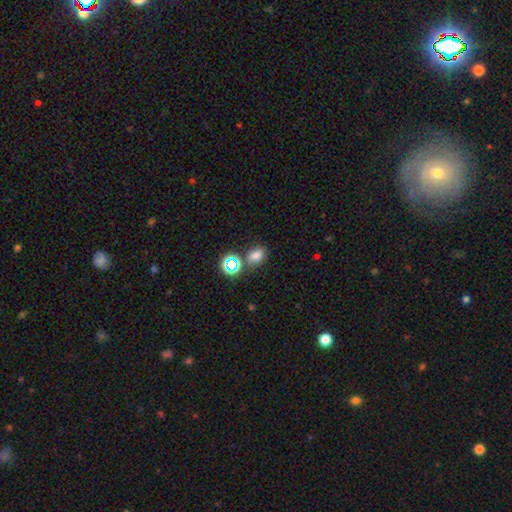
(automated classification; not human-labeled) Morphology: type=smooth (69%); roundness=in between (63%); merging=none (69%).